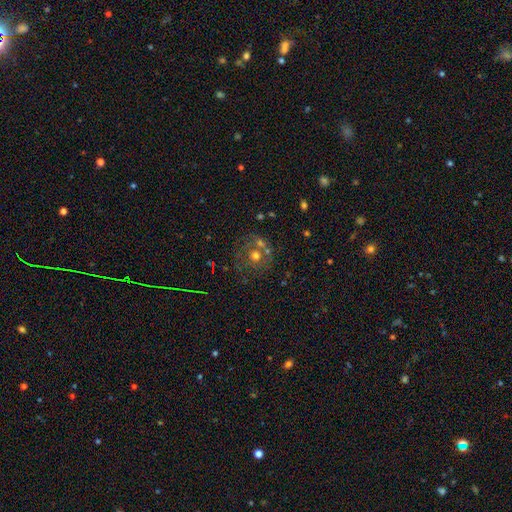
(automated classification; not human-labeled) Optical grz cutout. It shows a smooth galaxy with no disk features (48%). Merging: none (57%).